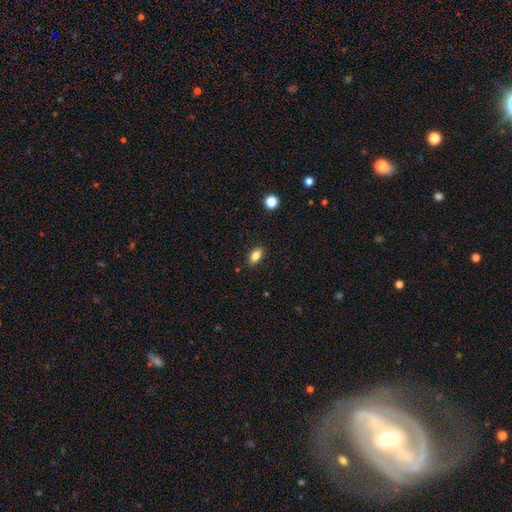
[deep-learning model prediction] smooth-or-featured: smooth: 82% | featured or disk: 9% | star or artifact: 9%
  how-rounded: in between: 88% | round: 6% | cigar-shaped: 6%
  merging: none: 87% | minor disturbance: 10% | major disturbance: 2% | merger: 1%